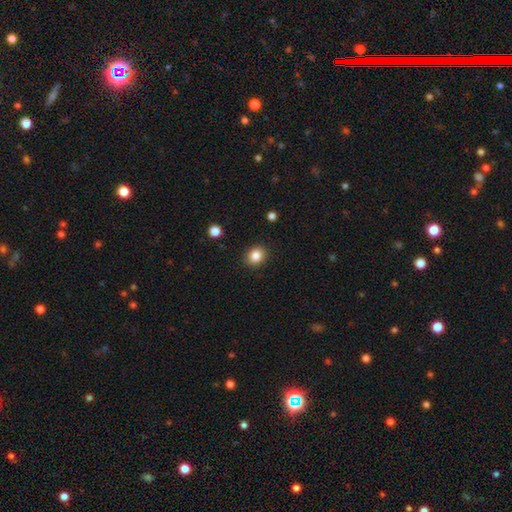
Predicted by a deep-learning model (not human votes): smooth-or-featured: smooth: 84% | star or artifact: 10% | featured or disk: 5%
  how-rounded: round: 70% | in between: 29% | cigar-shaped: 1%
  merging: none: 90% | minor disturbance: 7% | major disturbance: 2% | merger: 1%